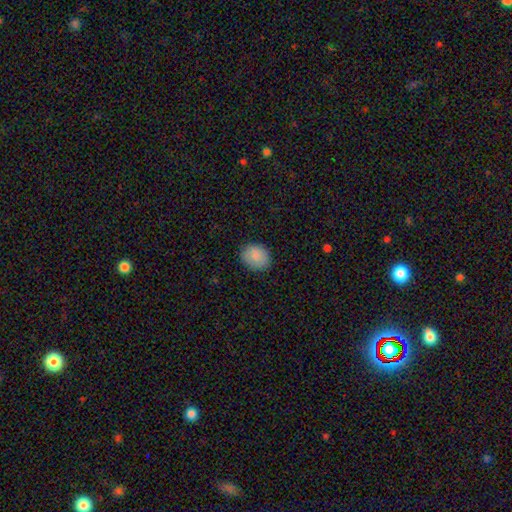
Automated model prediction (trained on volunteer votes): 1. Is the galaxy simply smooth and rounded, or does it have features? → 89% smooth, 8% star or artifact, 4% featured or disk.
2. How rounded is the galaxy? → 58% round, 41% in between, 1% cigar-shaped.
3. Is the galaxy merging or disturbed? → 86% none, 11% minor disturbance, 2% major disturbance, 1% merger.